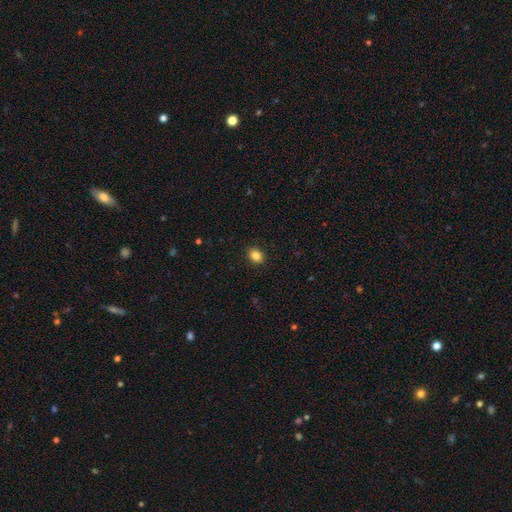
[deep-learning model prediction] This appears to be a smooth galaxy with no disk features (85%) that is in between round and cigar-shaped (58%). Merging: none (90%).